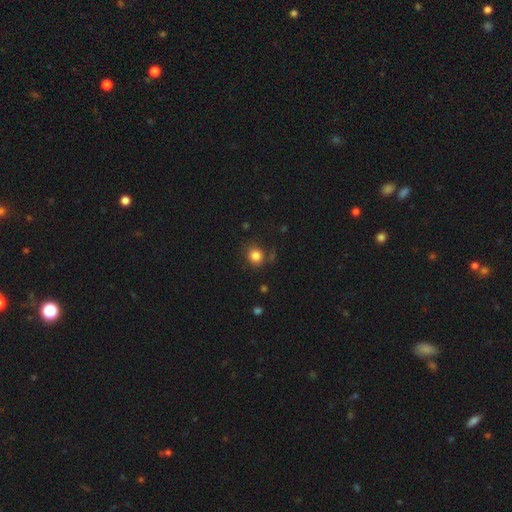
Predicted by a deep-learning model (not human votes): Smooth or featured? smooth (83%)
How rounded? round (80%)
Merging? none (78%)